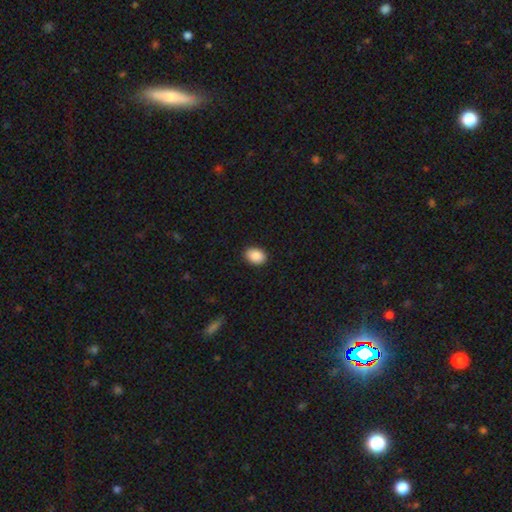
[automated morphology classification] Smooth or featured? smooth (90%)
How rounded? in between (78%)
Merging? none (90%)